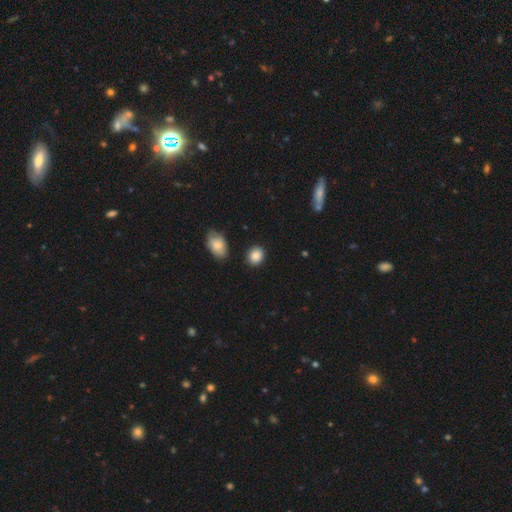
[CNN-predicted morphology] This is clearly a smooth galaxy (88%). How rounded: possibly round (59%). Merging: clearly none (84%).